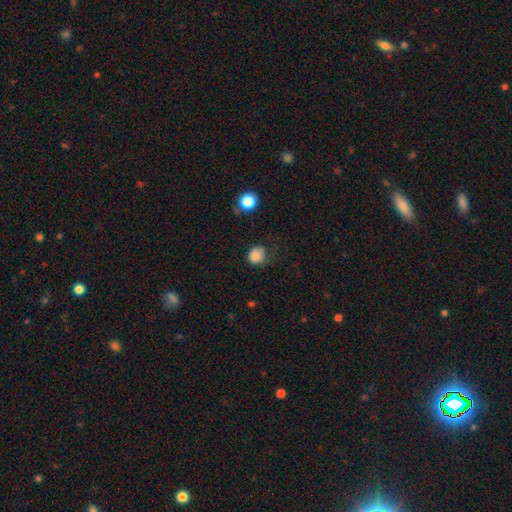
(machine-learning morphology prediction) Smooth or featured: smooth — 83% (star or artifact — 10%)
How rounded: round — 77% (in between — 22%)
Merging: none — 47% (minor disturbance — 31%)